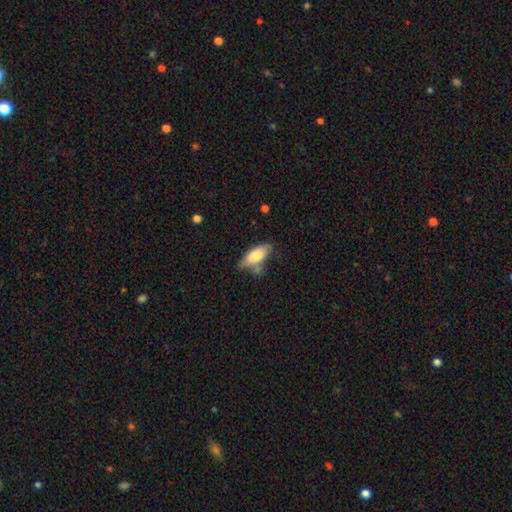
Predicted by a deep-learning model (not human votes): smooth 78%, featured or disk 16%, star or artifact 6%. Down the decision tree: how rounded — in between (79%); merging — none (54%).